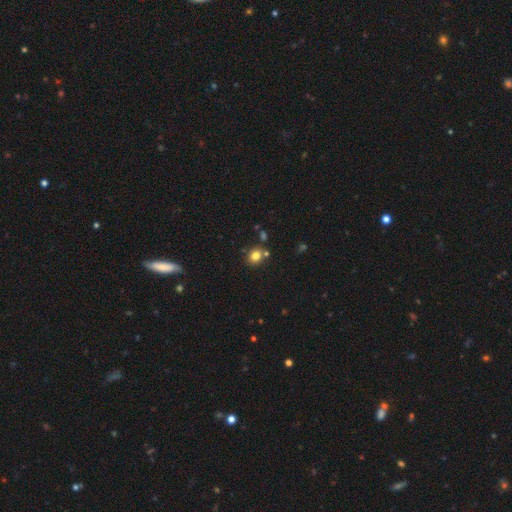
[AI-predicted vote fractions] Q: Smooth or featured?
A: smooth (80%); runner-up: star or artifact (13%)
Q: How rounded?
A: round (65%); runner-up: in between (34%)
Q: Merging?
A: none (74%); runner-up: merger (12%)